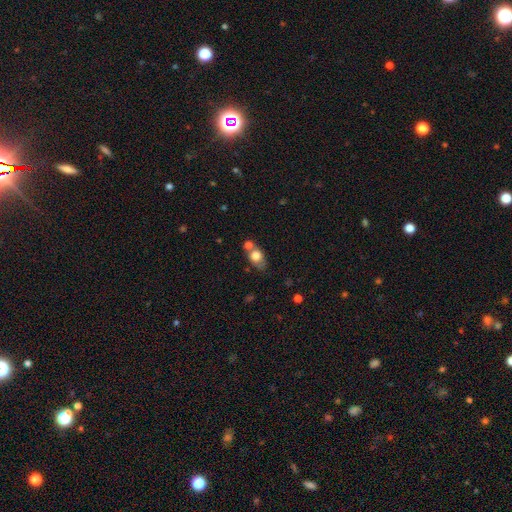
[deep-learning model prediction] Smooth or featured?
  - smooth: 74% *
  - featured or disk: 17%
  - star or artifact: 9%
How rounded?
  - in between: 64% *
  - round: 33%
  - cigar-shaped: 2%
Merging?
  - none: 42% *
  - merger: 35%
  - minor disturbance: 17%
  - major disturbance: 7%